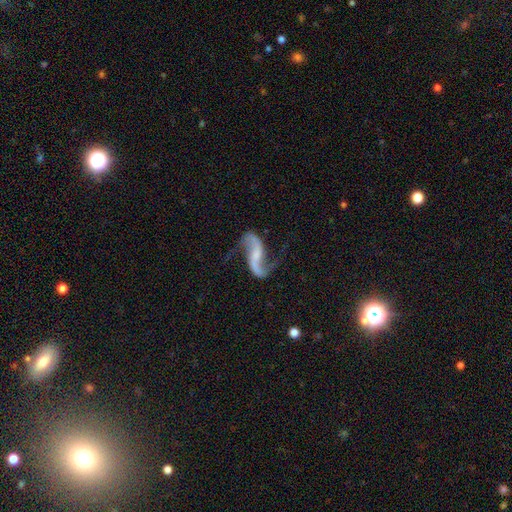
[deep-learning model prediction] The model was most divided on "bar": no: 36%, weak: 35%, strong: 29%. Remaining: spiral arms — yes (96%); edge-on disk — no (96%); spiral arm count — 2 (93%); smooth or featured — featured or disk (90%); spiral winding — loose (83%); merging — none (72%); bulge size — small (39%).